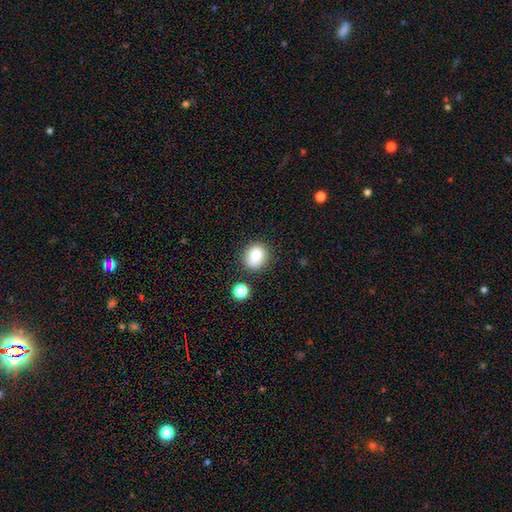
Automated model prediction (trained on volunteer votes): smooth 84%, star or artifact 10%, featured or disk 6%. Down the decision tree: how rounded — round (60%); merging — none (76%).